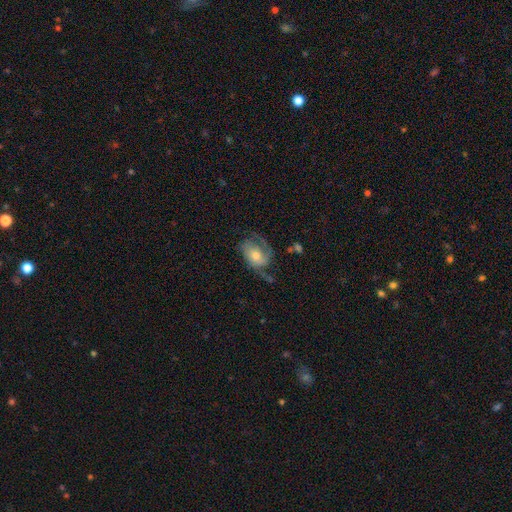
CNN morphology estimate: smooth-or-featured: featured or disk: 66% | smooth: 27% | star or artifact: 7%
  disk-edge-on: no: 97% | yes: 3%
    bar: no: 71% | weak: 24% | strong: 5%
    has-spiral-arms: yes: 86% | no: 14%
      spiral-winding: medium: 41% | tight: 33% | loose: 25%
      spiral-arm-count: 2: 52% | 1: 24% | can't tell: 14% | 3: 6% | 4: 2% | more than 4: 2%
    bulge-size: moderate: 62% | small: 26% | large: 9% | none: 2% | dominant: 1%
  merging: none: 46% | major disturbance: 26% | minor disturbance: 25% | merger: 3%